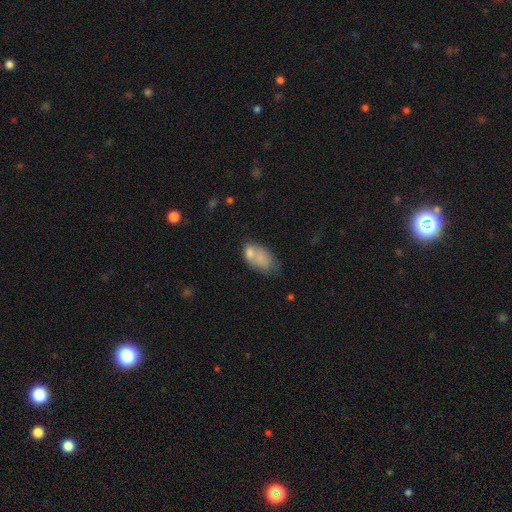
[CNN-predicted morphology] smooth-or-featured: smooth: 71% | featured or disk: 19% | star or artifact: 10%
  how-rounded: in between: 89% | round: 8% | cigar-shaped: 3%
  merging: none: 37% | merger: 31% | minor disturbance: 22% | major disturbance: 11%